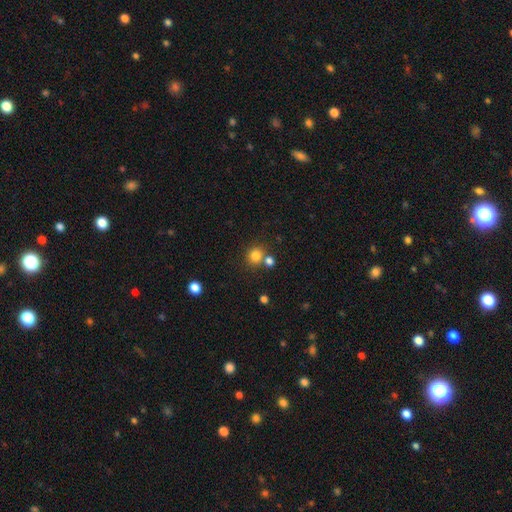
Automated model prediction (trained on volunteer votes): Overall: smooth (81%). How rounded: round (85%). Merging: none (68%).